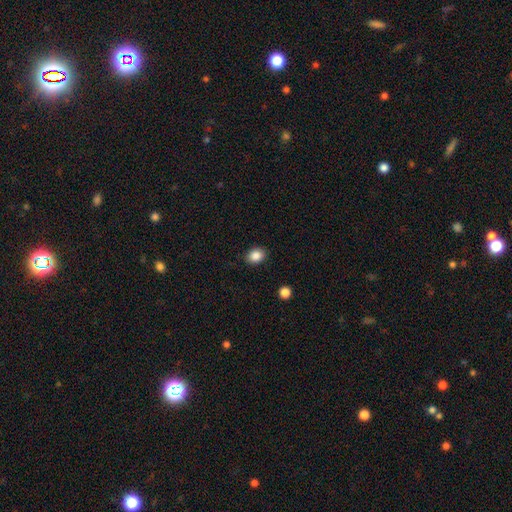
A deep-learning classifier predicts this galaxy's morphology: A smooth galaxy with no disk features (87%) that is in between round and cigar-shaped (56%). Merging: none (88%).